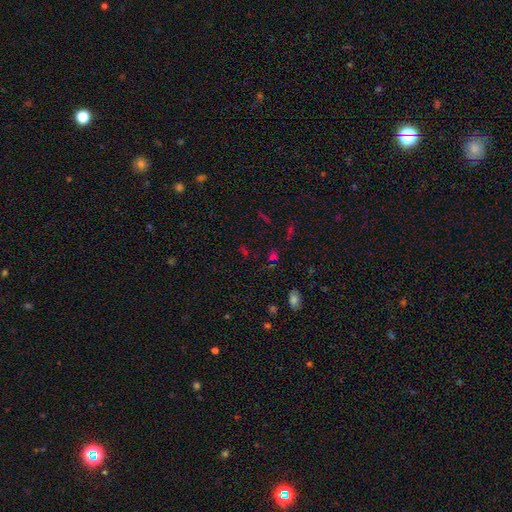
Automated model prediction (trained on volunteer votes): This appears to be a star or artifact, not a galaxy (52%).